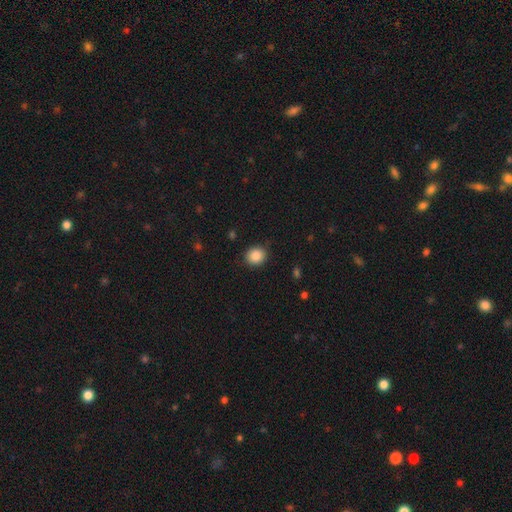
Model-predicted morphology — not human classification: The model was most divided on "how rounded": round: 80%, in between: 20%, cigar-shaped: 1%. More confident: merging — none (89%); smooth or featured — smooth (87%).